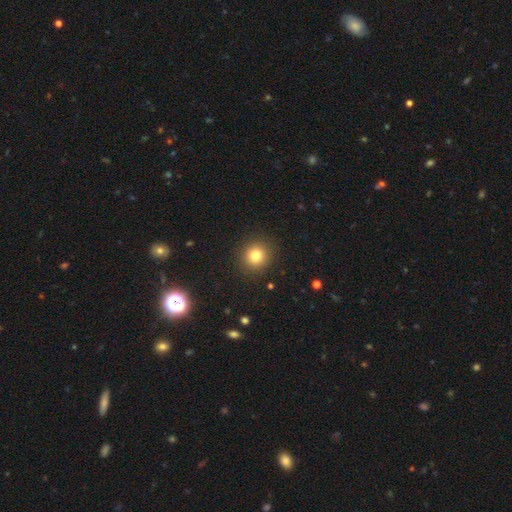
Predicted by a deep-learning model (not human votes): A smooth galaxy with no disk features (80%) that is round (90%).

Vote fractions:
- Smooth or featured? smooth: 80% / star or artifact: 13% / featured or disk: 8%
- How rounded? round: 90% / in between: 9% / cigar-shaped: 1%
- Merging? none: 90% / minor disturbance: 6% / major disturbance: 3% / merger: 1%